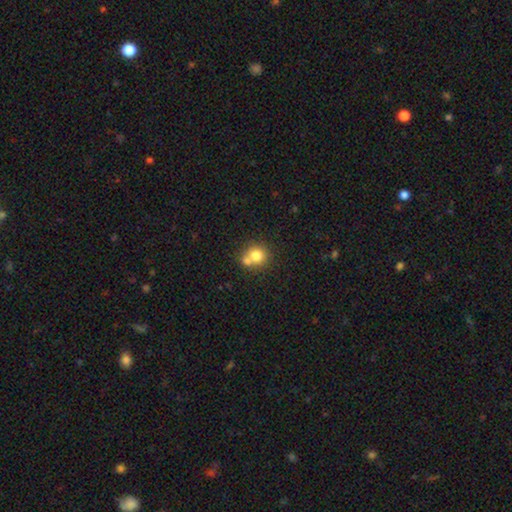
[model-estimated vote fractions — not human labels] This is likely a smooth galaxy (77%). How rounded: clearly round (85%). Merging: possibly none (48%).